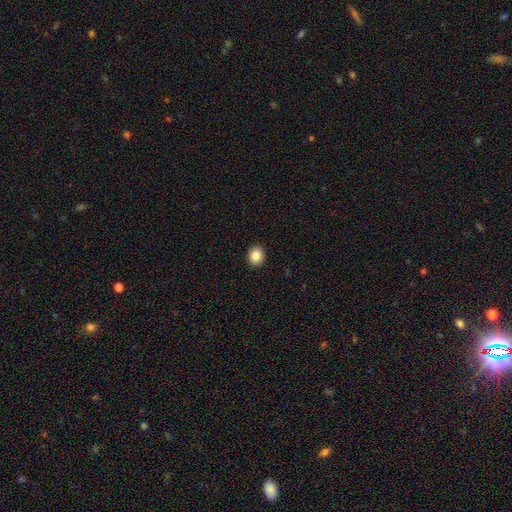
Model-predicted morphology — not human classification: This appears to be a smooth galaxy with no disk features (85%) that is round (68%). Merging: none (92%).